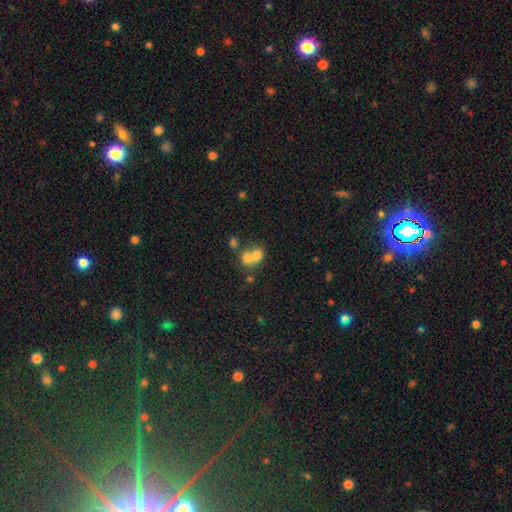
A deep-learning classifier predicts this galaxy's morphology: type=smooth (69%); roundness=round (57%); merging=merger (66%).